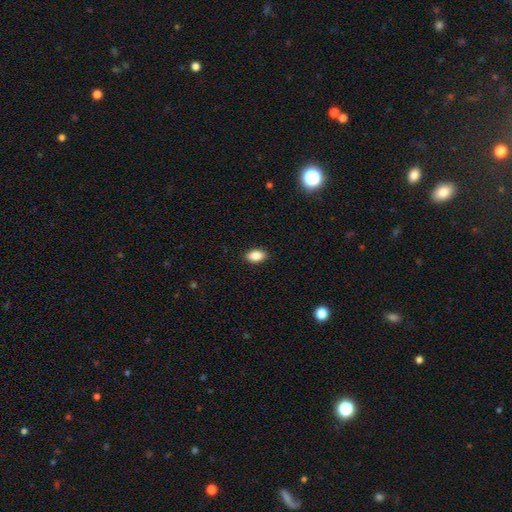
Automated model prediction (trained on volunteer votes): Smooth or featured? smooth (87%)
How rounded? in between (90%)
Merging? none (90%)